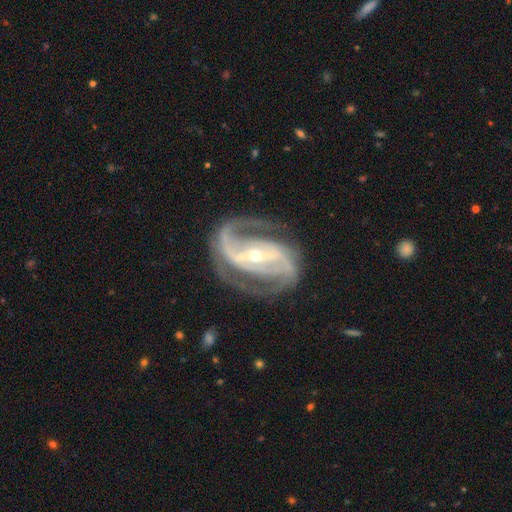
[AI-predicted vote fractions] The model was most divided on "spiral winding": medium: 55%, tight: 25%, loose: 20%. More confident: spiral arms — yes (98%); edge-on disk — no (97%); smooth or featured — featured or disk (92%); spiral arm count — 2 (81%); merging — none (73%); bulge size — small (70%); bar — strong (68%).